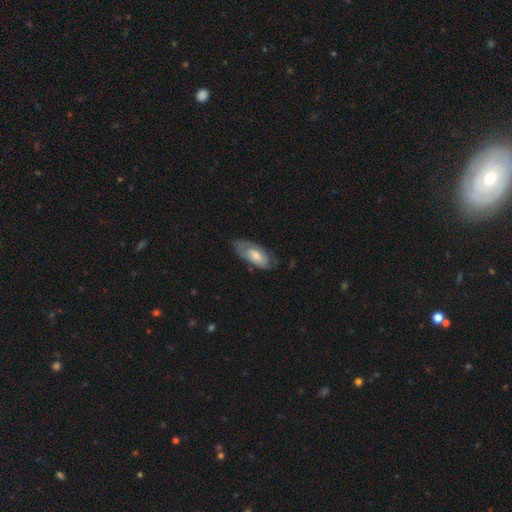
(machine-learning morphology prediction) The model was most divided on "smooth or featured" (2-way tie): featured or disk: 47%, smooth: 47%, star or artifact: 6%. More confident: merging — none (63%).